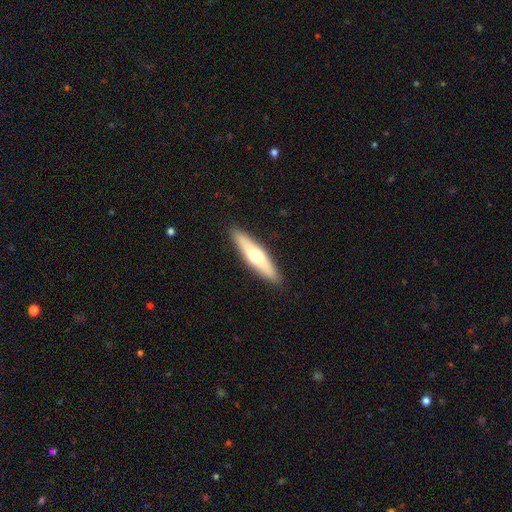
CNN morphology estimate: This appears to be a smooth galaxy with no disk features (50%). Merging: none (90%).